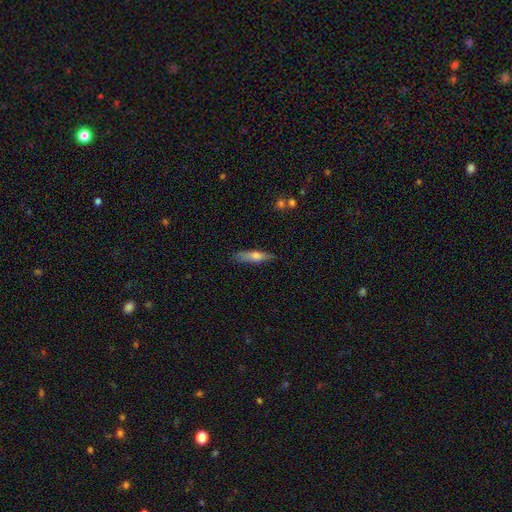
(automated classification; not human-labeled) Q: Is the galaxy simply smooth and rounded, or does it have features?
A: smooth — 53%.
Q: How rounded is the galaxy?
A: cigar-shaped — 79%.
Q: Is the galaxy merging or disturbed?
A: none — 81%.